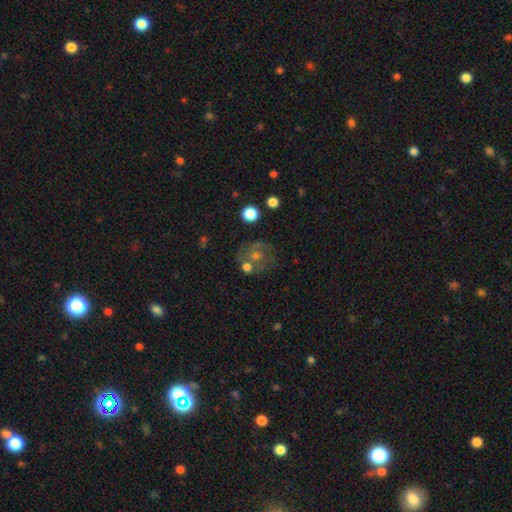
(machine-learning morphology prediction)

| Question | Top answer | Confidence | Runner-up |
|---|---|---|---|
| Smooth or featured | featured or disk | 45% | smooth (33%) |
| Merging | none | 61% | minor disturbance (15%) |